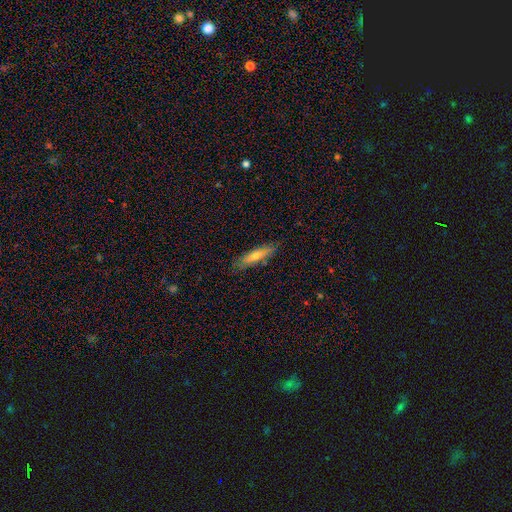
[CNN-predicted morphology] Smooth or featured? Predicted: smooth (p=0.62). How rounded? Predicted: cigar-shaped (p=0.77). Merging? Predicted: none (p=0.84).